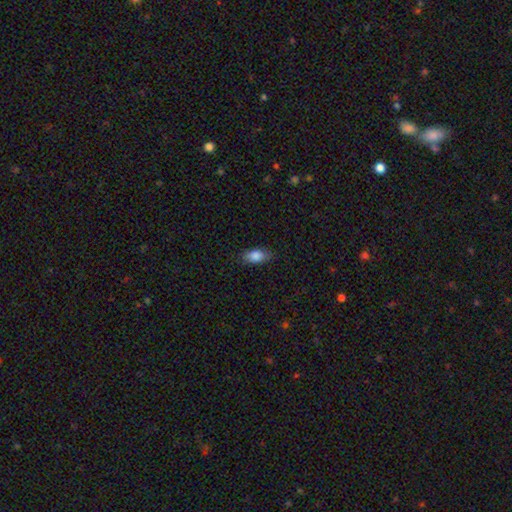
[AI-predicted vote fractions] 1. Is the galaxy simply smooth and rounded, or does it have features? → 84% smooth, 9% featured or disk, 7% star or artifact.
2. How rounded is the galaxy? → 87% in between, 8% cigar-shaped, 4% round.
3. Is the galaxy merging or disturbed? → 85% none, 12% minor disturbance, 2% major disturbance, 1% merger.